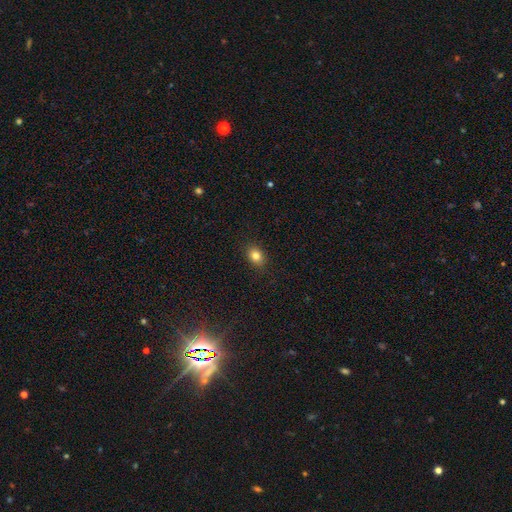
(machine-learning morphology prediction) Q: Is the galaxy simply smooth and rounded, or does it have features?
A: smooth — 82%.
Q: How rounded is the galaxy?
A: in between — 63%.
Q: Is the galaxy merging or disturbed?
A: none — 88%.